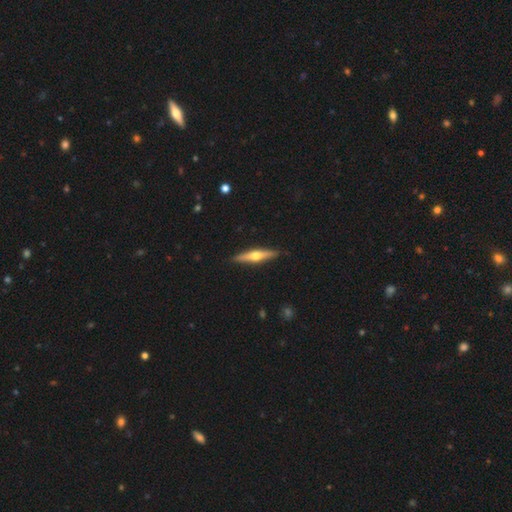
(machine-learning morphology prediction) Smooth or featured: featured or disk — 68% (smooth — 27%)
Edge-on disk: yes — 97% (no — 3%)
Edge-on bulge: rounded — 94% (none — 3%)
Merging: none — 91% (minor disturbance — 7%)